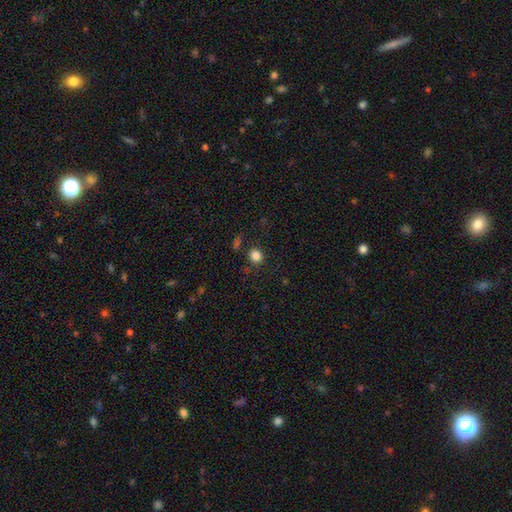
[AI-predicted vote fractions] smooth-or-featured: smooth: 84% | star or artifact: 12% | featured or disk: 4%
  how-rounded: round: 81% | in between: 18% | cigar-shaped: 1%
  merging: none: 84% | minor disturbance: 9% | merger: 4% | major disturbance: 4%